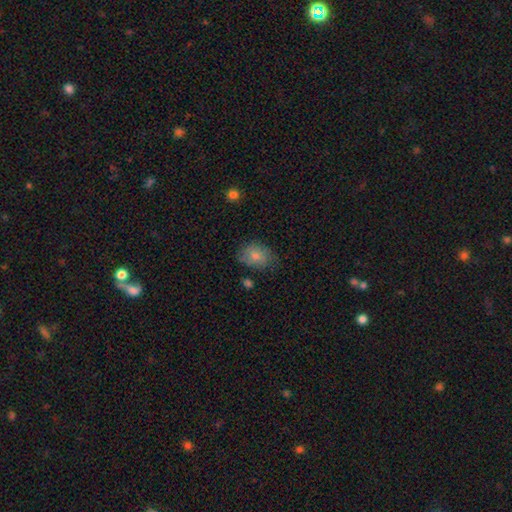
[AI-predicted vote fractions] A smooth galaxy with no disk features (77%) that is in between round and cigar-shaped (69%).

Vote fractions:
- Smooth or featured? smooth: 77% / featured or disk: 15% / star or artifact: 8%
- How rounded? in between: 69% / round: 29% / cigar-shaped: 1%
- Merging? none: 63% / minor disturbance: 27% / major disturbance: 8% / merger: 3%